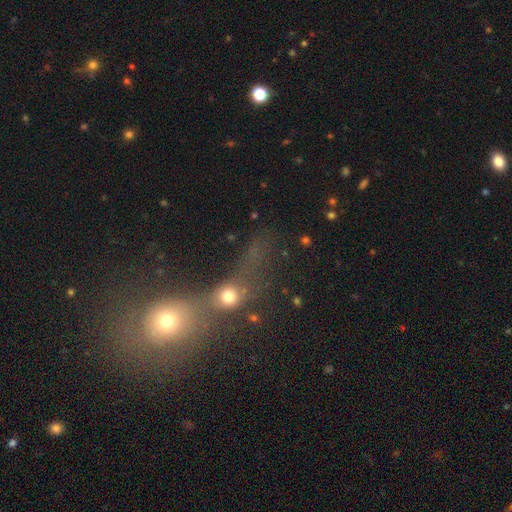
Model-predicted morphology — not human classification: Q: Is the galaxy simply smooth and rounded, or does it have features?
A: smooth — 47%.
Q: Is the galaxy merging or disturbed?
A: merger — 63%.